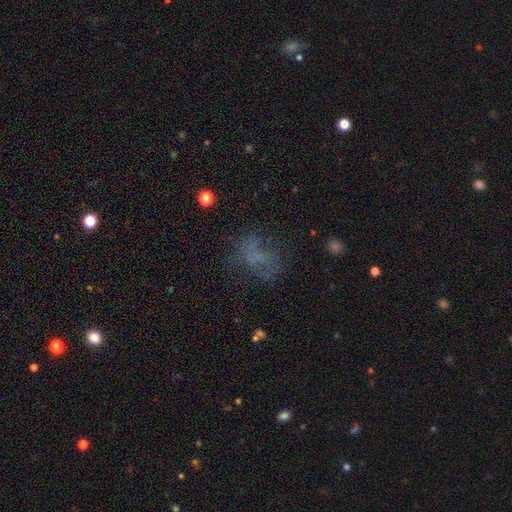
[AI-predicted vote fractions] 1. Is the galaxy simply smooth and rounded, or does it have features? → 42% smooth, 33% featured or disk, 26% star or artifact.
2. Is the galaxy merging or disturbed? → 54% none, 24% major disturbance, 19% minor disturbance, 4% merger.